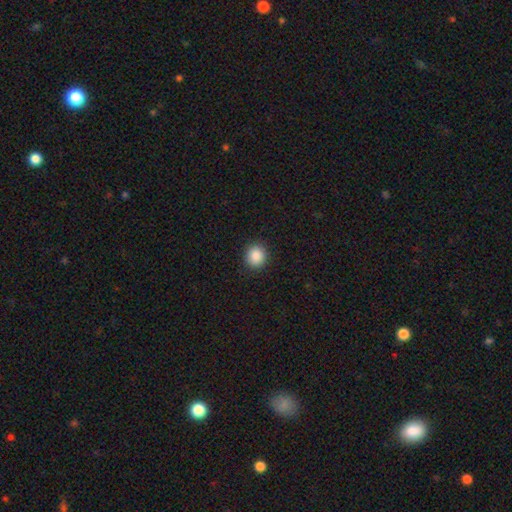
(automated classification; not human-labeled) Morphology: type=smooth (87%); roundness=round (85%); merging=none (91%).